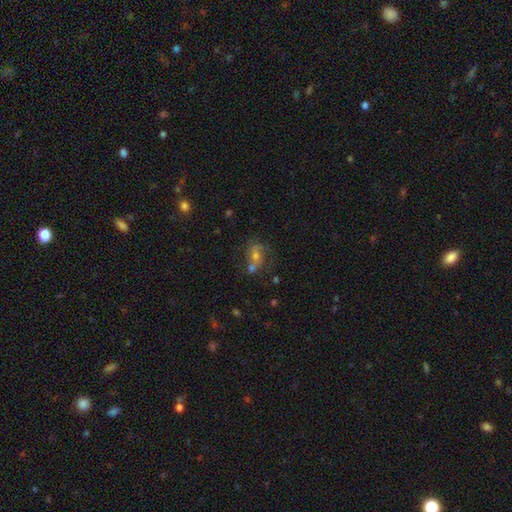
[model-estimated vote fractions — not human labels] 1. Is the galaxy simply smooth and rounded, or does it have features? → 38% smooth (tied), 38% featured or disk (tied), 24% star or artifact.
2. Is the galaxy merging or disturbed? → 43% none, 33% merger, 15% minor disturbance, 9% major disturbance.